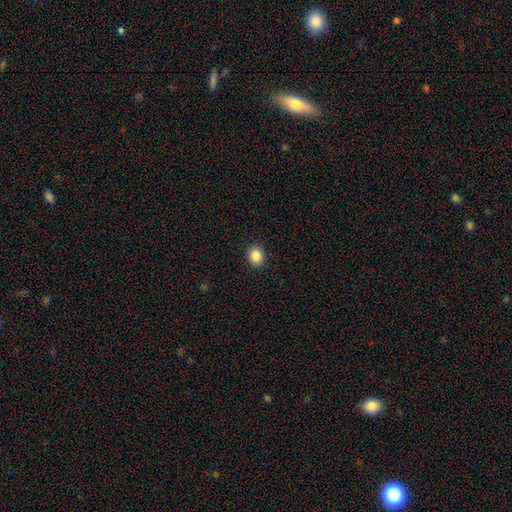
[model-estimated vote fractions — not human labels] This is clearly a smooth galaxy (86%). How rounded: possibly round (54%). Merging: clearly none (91%).